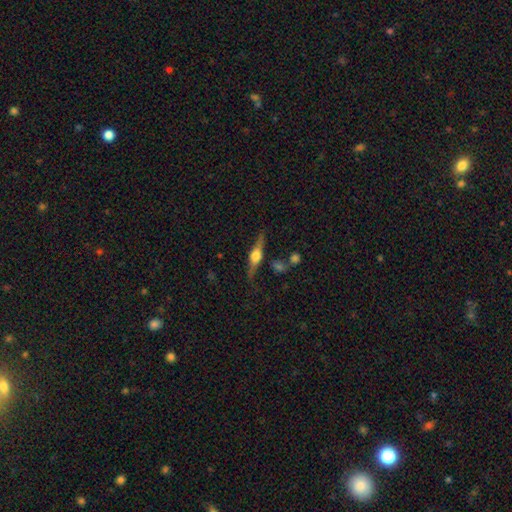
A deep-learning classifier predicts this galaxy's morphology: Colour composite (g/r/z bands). It shows a featured or disk galaxy (73%) viewed edge-on (96%) with a rounded central bulge (94%). Merging: none (79%).